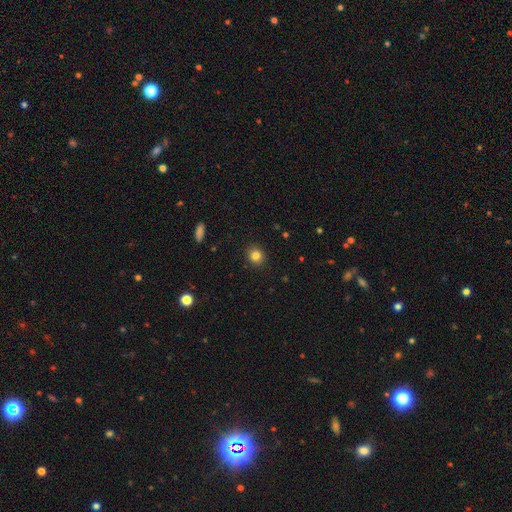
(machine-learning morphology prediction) A smooth galaxy with no disk features (83%) that is round (78%).

Vote fractions:
- Smooth or featured? smooth: 83% / star or artifact: 11% / featured or disk: 6%
- How rounded? round: 78% / in between: 21% / cigar-shaped: 1%
- Merging? none: 90% / minor disturbance: 7% / major disturbance: 2% / merger: 1%